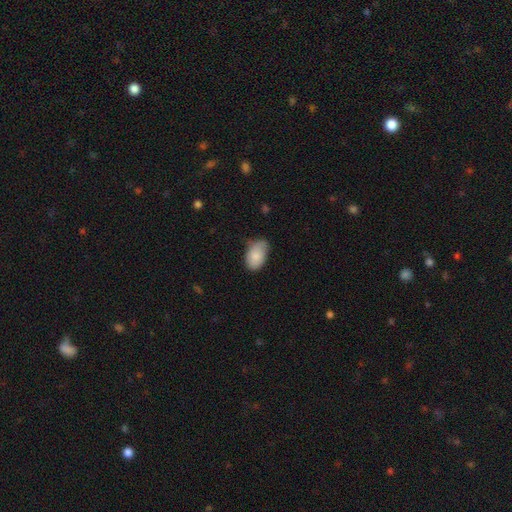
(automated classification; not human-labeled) This appears to be a smooth galaxy with no disk features (84%) that is in between round and cigar-shaped (92%). Merging: none (56%).